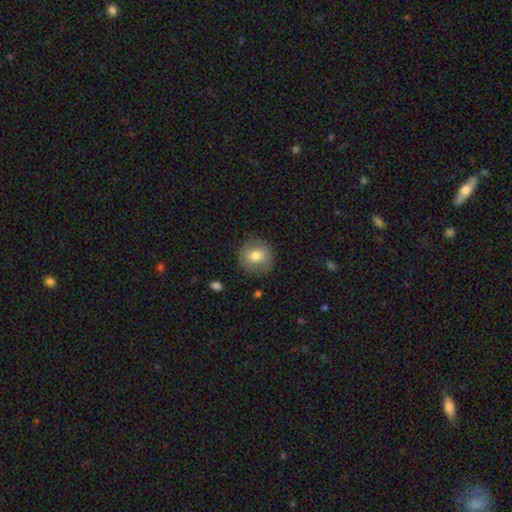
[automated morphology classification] A smooth galaxy with no disk features (73%) that is round (90%). Merging: none (83%).